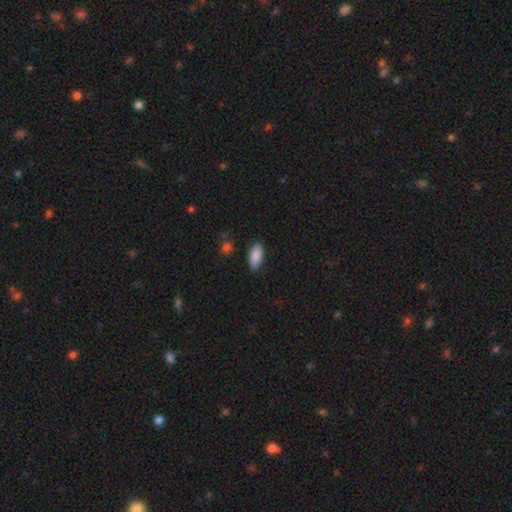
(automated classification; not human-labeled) Smooth or featured: smooth — 89% (star or artifact — 6%)
How rounded: in between — 86% (cigar-shaped — 12%)
Merging: none — 87% (minor disturbance — 10%)